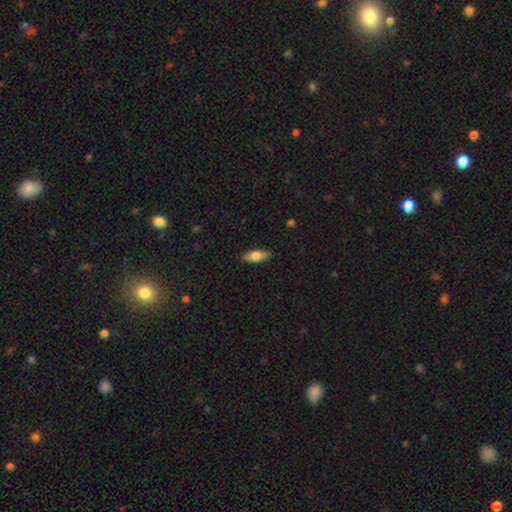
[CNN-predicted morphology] Smooth or featured? Predicted: smooth (p=0.73). How rounded? Predicted: in between (p=0.72). Merging? Predicted: none (p=0.89).